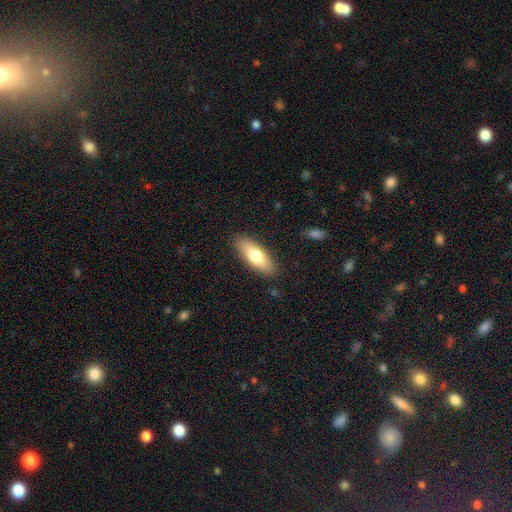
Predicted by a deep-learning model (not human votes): smooth 71%, featured or disk 23%, star or artifact 6%. Down the decision tree: how rounded — in between (67%); merging — none (88%).